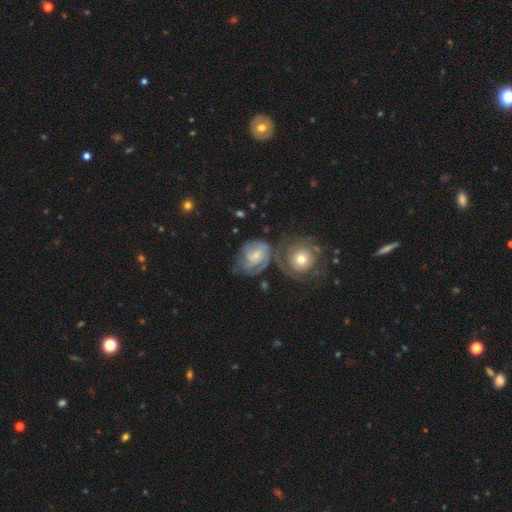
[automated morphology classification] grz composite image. It shows a featured or disk galaxy (68%) with no bar (58%), tight (48%) spiral arms (86%) and a small central bulge (51%). Merging: none (43%).